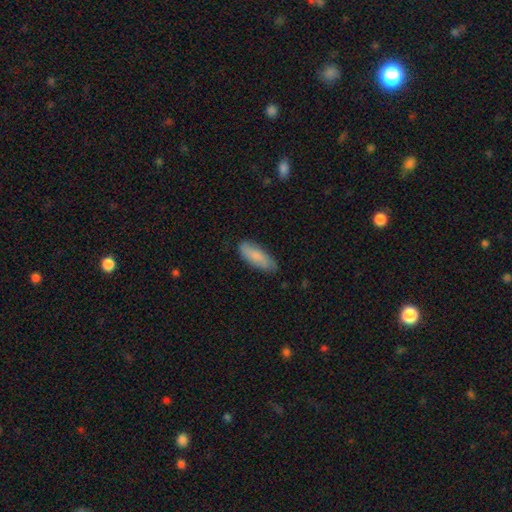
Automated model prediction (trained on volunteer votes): Smooth or featured?
  - smooth: 82% *
  - featured or disk: 13%
  - star or artifact: 6%
How rounded?
  - in between: 66% *
  - cigar-shaped: 32%
  - round: 2%
Merging?
  - none: 80% *
  - minor disturbance: 16%
  - major disturbance: 3%
  - merger: 1%